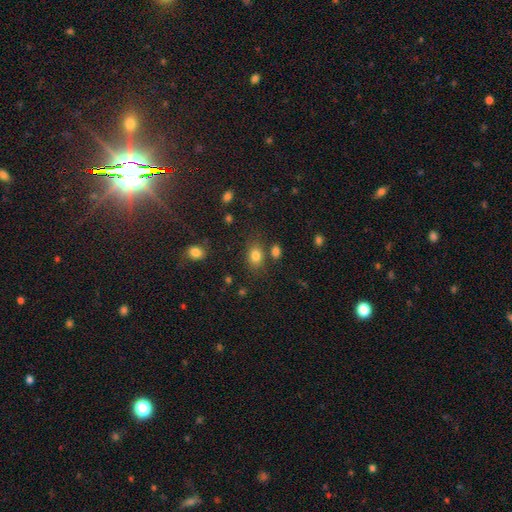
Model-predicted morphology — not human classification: A smooth galaxy with no disk features (81%) that is in between round and cigar-shaped (67%).

Vote fractions:
- Smooth or featured? smooth: 81% / star or artifact: 12% / featured or disk: 7%
- How rounded? in between: 67% / round: 32% / cigar-shaped: 1%
- Merging? none: 72% / minor disturbance: 14% / merger: 10% / major disturbance: 5%